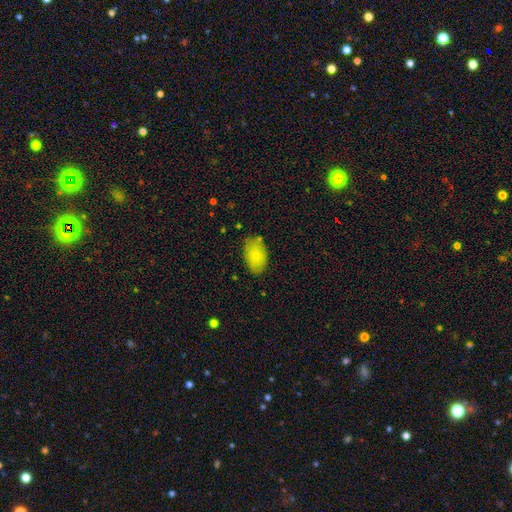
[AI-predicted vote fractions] smooth_or_featured: smooth (p=0.82) [alt: featured or disk p=0.11]
how_rounded: in between (p=0.92) [alt: round p=0.07]
merging: none (p=0.79) [alt: minor disturbance p=0.15]